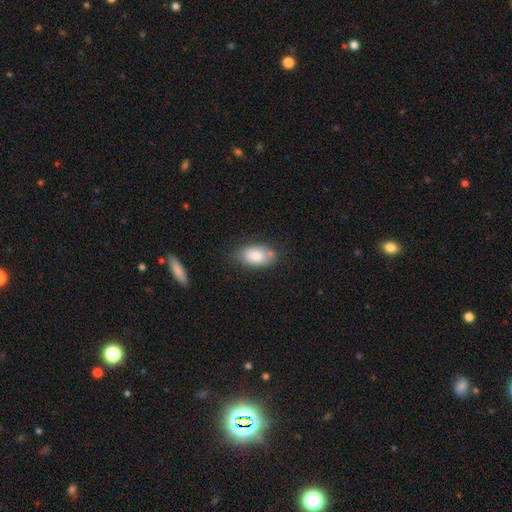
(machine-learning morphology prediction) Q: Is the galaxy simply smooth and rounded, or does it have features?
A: smooth — 81%.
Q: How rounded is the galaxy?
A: in between — 92%.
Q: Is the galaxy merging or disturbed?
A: none — 68%.